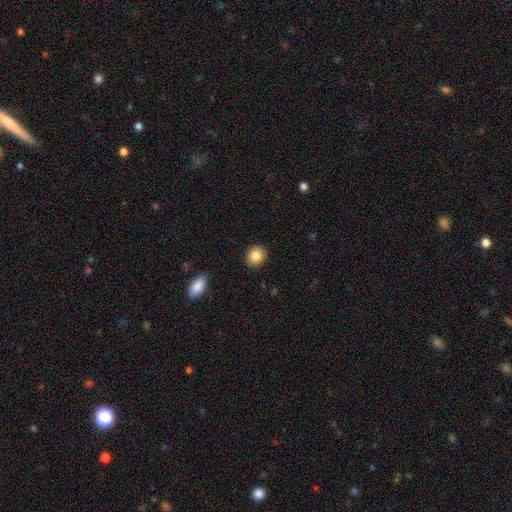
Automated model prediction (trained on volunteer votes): This is clearly a smooth galaxy (85%). How rounded: likely round (70%). Merging: clearly none (91%).